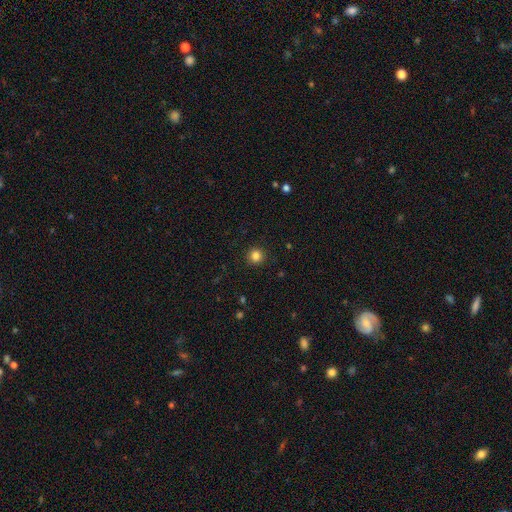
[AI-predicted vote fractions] This is clearly a smooth galaxy (83%). How rounded: clearly round (95%). Merging: clearly none (92%).